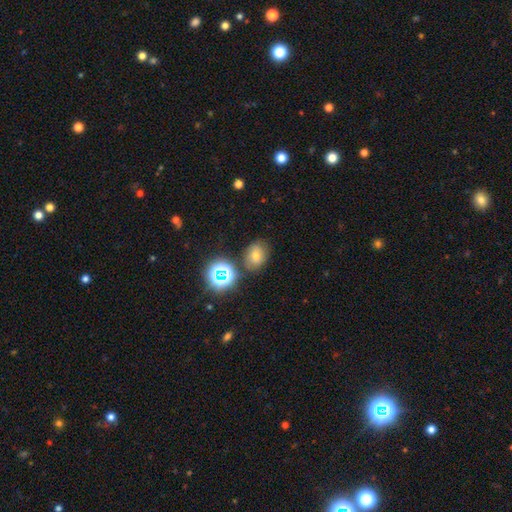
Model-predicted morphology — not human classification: smooth-or-featured: smooth: 51% | star or artifact: 30% | featured or disk: 19%
  how-rounded: in between: 54% | round: 44% | cigar-shaped: 1%
  merging: none: 76% | minor disturbance: 15% | merger: 5% | major disturbance: 5%